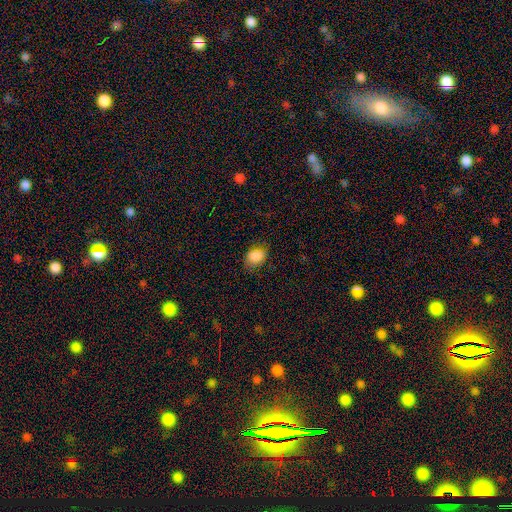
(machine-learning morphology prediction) Smooth or featured?
  - smooth: 86% *
  - star or artifact: 8%
  - featured or disk: 6%
How rounded?
  - in between: 66% *
  - round: 33%
  - cigar-shaped: 1%
Merging?
  - none: 72% *
  - minor disturbance: 21%
  - major disturbance: 6%
  - merger: 1%